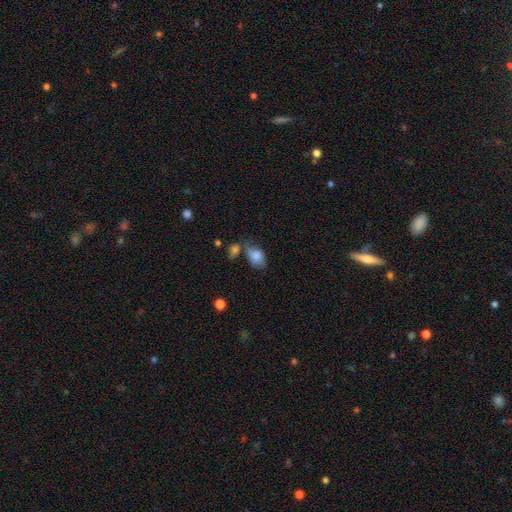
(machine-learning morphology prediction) Q: Smooth or featured?
A: smooth (80%); runner-up: featured or disk (12%)
Q: How rounded?
A: in between (82%); runner-up: round (17%)
Q: Merging?
A: none (39%); runner-up: minor disturbance (28%)